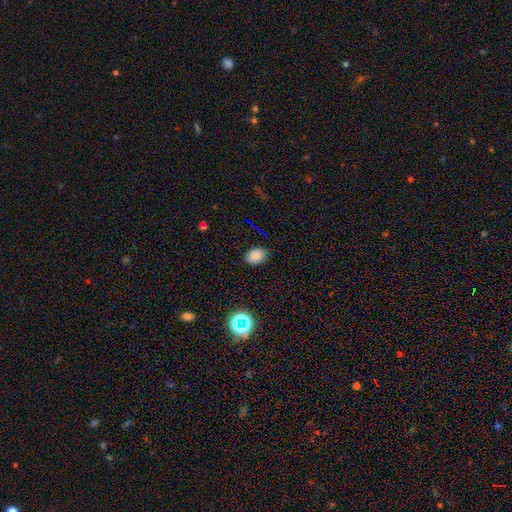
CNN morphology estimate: smooth-or-featured: smooth: 80% | star or artifact: 14% | featured or disk: 6%
  how-rounded: in between: 73% | round: 26% | cigar-shaped: 1%
  merging: none: 86% | minor disturbance: 10% | major disturbance: 2% | merger: 1%